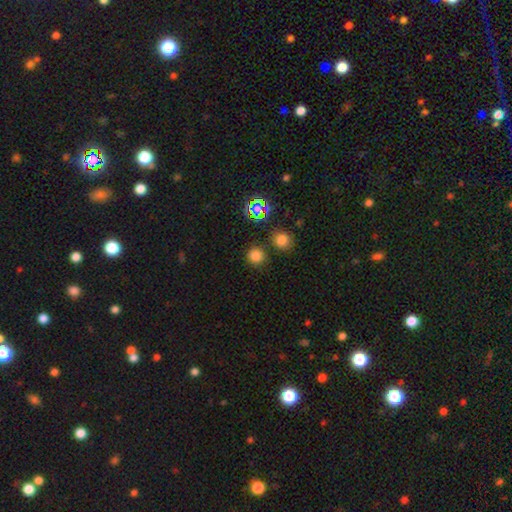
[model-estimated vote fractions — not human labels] Overall: smooth (75%). How rounded: round (92%). Merging: none (83%).